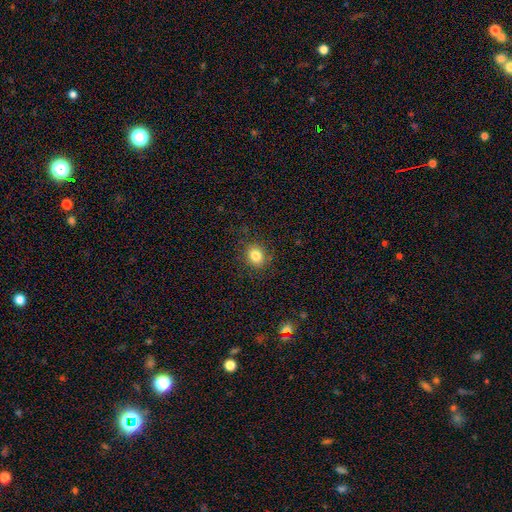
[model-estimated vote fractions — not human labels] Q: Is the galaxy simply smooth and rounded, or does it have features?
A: smooth — 83%.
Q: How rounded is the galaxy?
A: round — 73%.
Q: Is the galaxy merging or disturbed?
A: none — 85%.